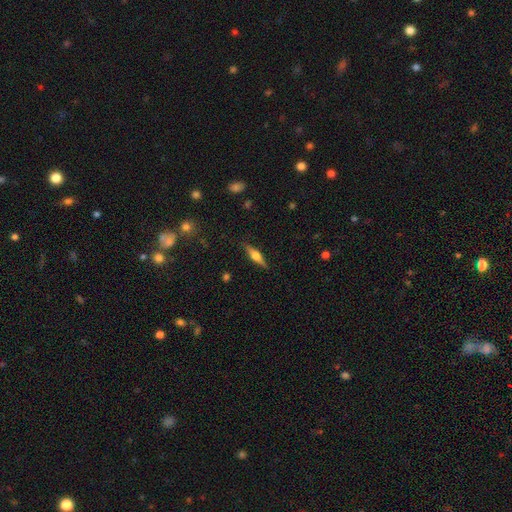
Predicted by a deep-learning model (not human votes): Smooth or featured?
  - featured or disk: 63% *
  - smooth: 30%
  - star or artifact: 7%
Edge-on disk?
  - yes: 97% *
  - no: 3%
Edge-on bulge?
  - rounded: 91% *
  - boxy: 7%
  - none: 2%
Merging?
  - none: 87% *
  - minor disturbance: 9%
  - major disturbance: 2%
  - merger: 1%